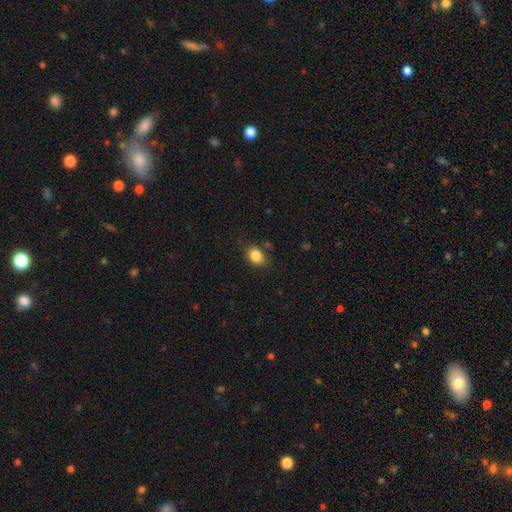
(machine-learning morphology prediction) smooth_or_featured: smooth (p=0.85) [alt: star or artifact p=0.10]
how_rounded: in between (p=0.64) [alt: round p=0.35]
merging: none (p=0.79) [alt: minor disturbance p=0.15]